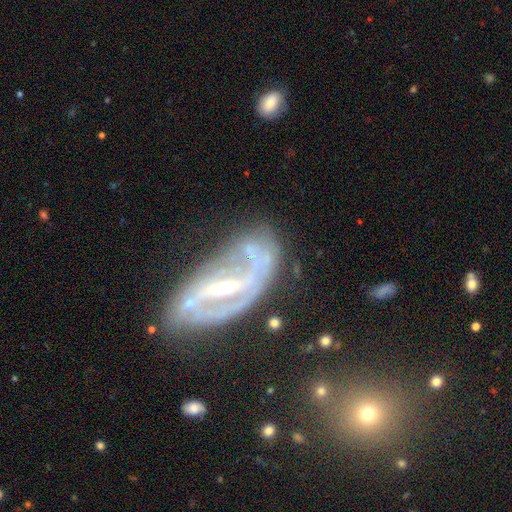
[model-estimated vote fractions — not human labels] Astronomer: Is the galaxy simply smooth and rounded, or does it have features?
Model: featured or disk — 83%.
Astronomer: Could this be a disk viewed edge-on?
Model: no — 92%.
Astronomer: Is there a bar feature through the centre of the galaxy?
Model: strong — 54% (runner-up: weak, 30%).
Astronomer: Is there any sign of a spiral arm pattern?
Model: yes — 79%.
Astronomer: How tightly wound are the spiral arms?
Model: medium — 39% (runner-up: loose, 33%).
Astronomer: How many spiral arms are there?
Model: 2 — 69%.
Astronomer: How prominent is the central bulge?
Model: small — 51% (runner-up: moderate, 43%).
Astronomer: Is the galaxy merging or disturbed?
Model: none — 55%.